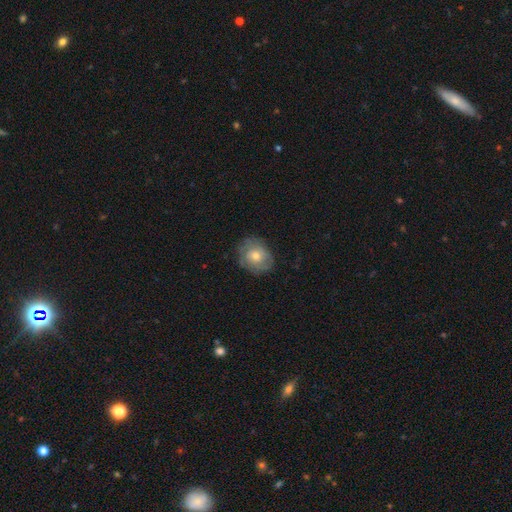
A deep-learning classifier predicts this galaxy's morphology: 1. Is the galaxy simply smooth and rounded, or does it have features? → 47% smooth, 44% featured or disk, 8% star or artifact.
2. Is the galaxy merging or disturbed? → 75% none, 19% minor disturbance, 6% major disturbance, 1% merger.